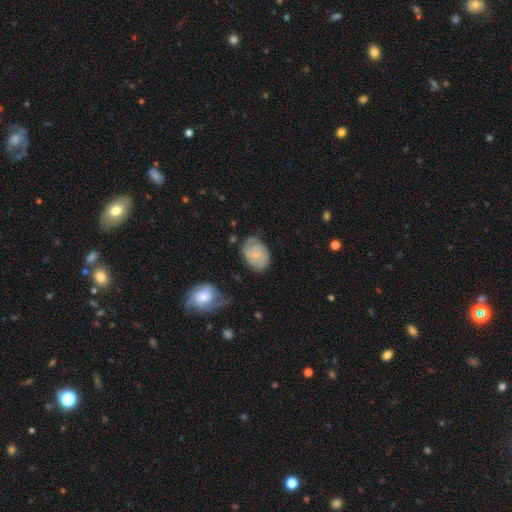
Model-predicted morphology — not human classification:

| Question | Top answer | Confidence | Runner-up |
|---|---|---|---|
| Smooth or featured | featured or disk | 54% | smooth (39%) |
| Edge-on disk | no | 97% | yes (3%) |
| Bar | no | 69% | weak (27%) |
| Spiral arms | yes | 83% | no (17%) |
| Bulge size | small | 72% | moderate (17%) |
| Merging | none | 52% | minor disturbance (31%) |